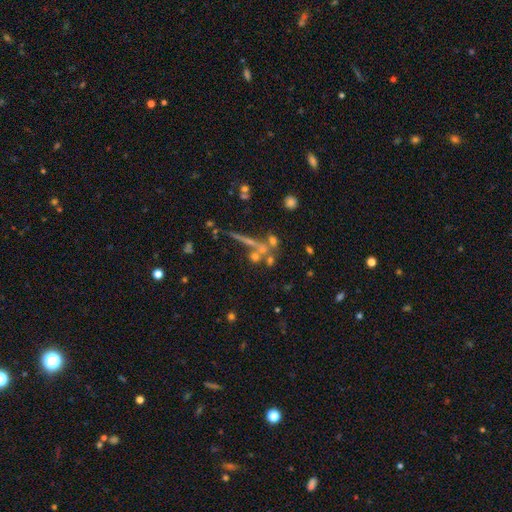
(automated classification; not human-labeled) Smooth or featured? featured or disk (43%)
Merging? none (53%)